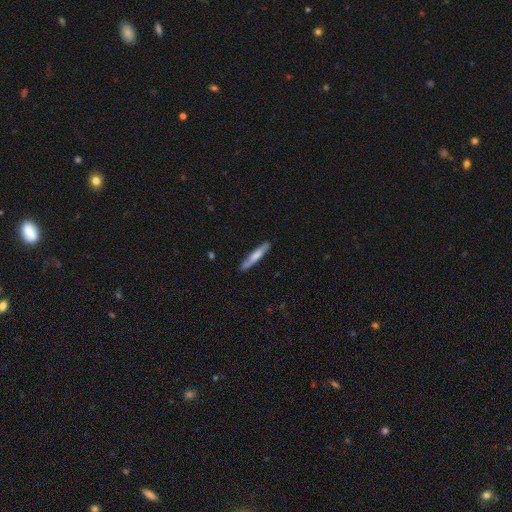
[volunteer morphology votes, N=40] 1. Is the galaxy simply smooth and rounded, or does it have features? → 48% smooth, 45% featured or disk, 8% star or artifact.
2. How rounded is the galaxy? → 89% cigar-shaped, 11% in between, 0% round.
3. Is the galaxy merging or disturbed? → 78% none, 14% minor disturbance, 5% merger, 3% major disturbance.